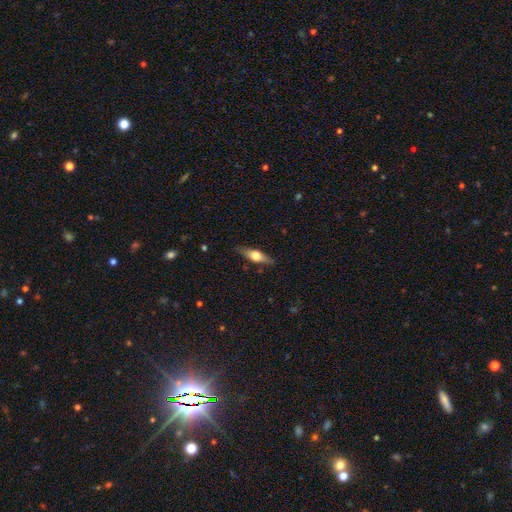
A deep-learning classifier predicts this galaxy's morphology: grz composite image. It shows a smooth galaxy with no disk features (49%). Merging: none (83%).